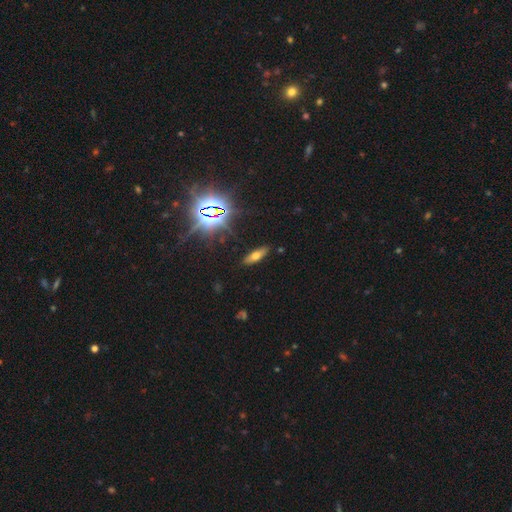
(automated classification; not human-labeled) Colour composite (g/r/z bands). It shows a smooth galaxy with no disk features (51%) that is in between round and cigar-shaped (54%). Merging: none (88%).